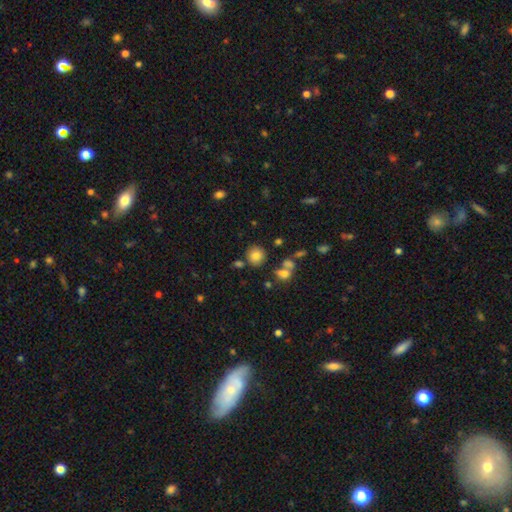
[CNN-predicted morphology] smooth 80%, star or artifact 12%, featured or disk 8%. Down the decision tree: how rounded — round (87%); merging — none (78%).